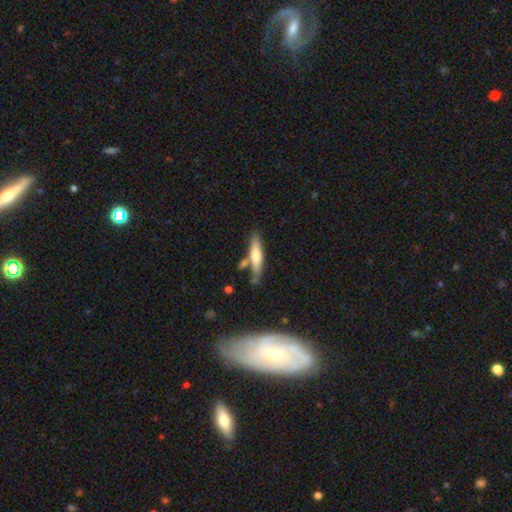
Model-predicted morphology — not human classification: Q: Smooth or featured?
A: smooth (61%); runner-up: featured or disk (33%)
Q: How rounded?
A: cigar-shaped (78%); runner-up: in between (21%)
Q: Merging?
A: none (61%); runner-up: minor disturbance (18%)